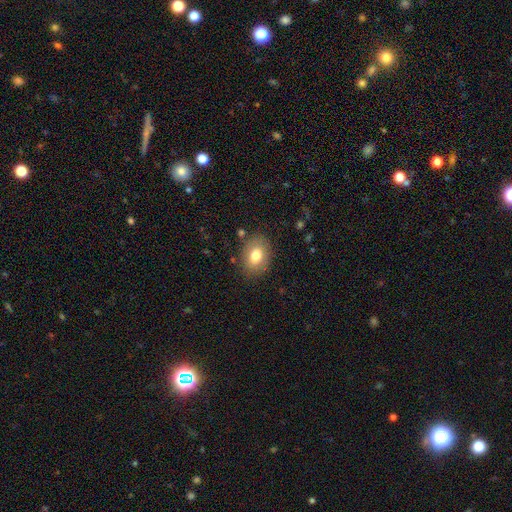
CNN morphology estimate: Q: Smooth or featured?
A: smooth (77%); runner-up: featured or disk (15%)
Q: How rounded?
A: in between (74%); runner-up: round (25%)
Q: Merging?
A: none (83%); runner-up: minor disturbance (12%)